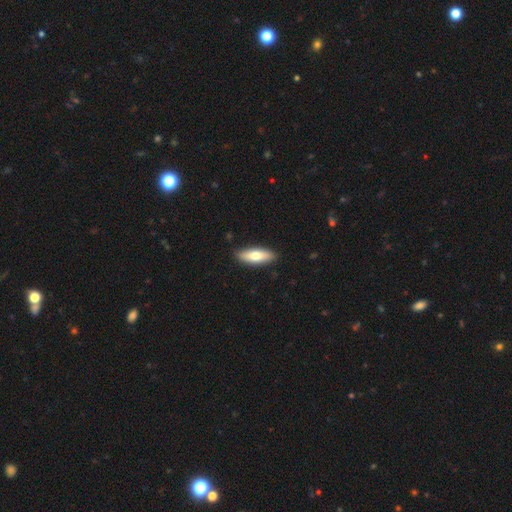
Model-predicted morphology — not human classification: The model was most divided on "how rounded": in between: 54%, cigar-shaped: 43%, round: 2%. More confident: merging — none (88%); smooth or featured — smooth (69%).